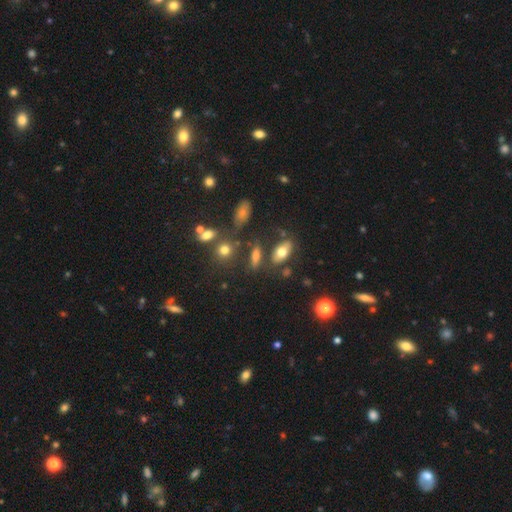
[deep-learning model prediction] A smooth galaxy with no disk features (67%) that is in between round and cigar-shaped (65%). Merging: none (67%).